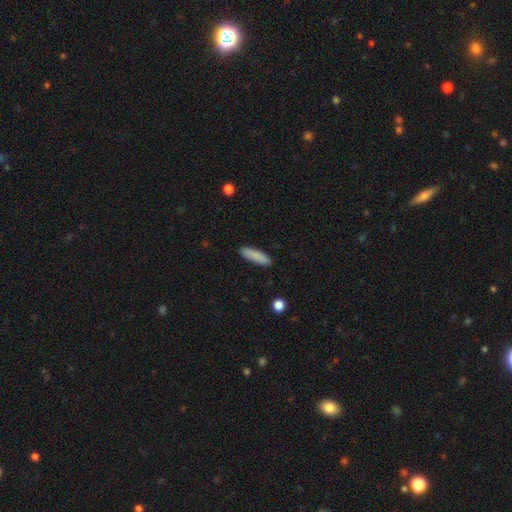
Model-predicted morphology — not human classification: A smooth galaxy with no disk features (87%) that is cigar-shaped (63%). Merging: none (88%).